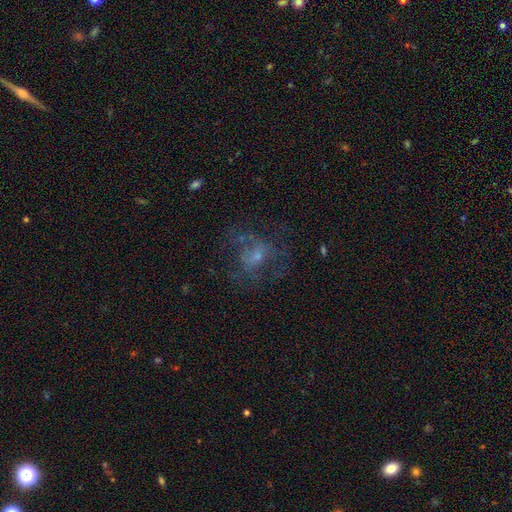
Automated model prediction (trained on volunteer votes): This appears to be a featured or disk galaxy (49%). Merging: none (48%).